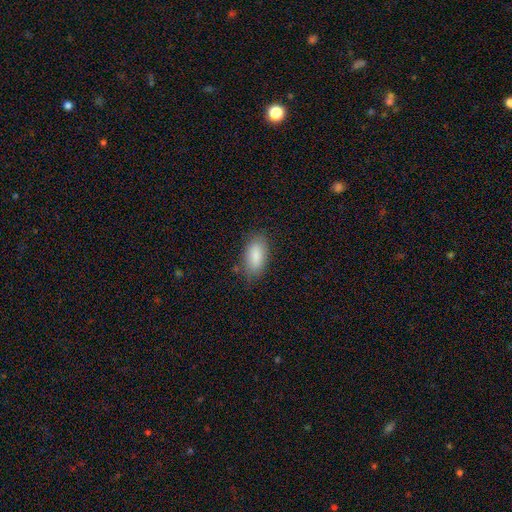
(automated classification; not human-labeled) Morphology: type=smooth (86%); roundness=in between (90%); merging=none (78%).